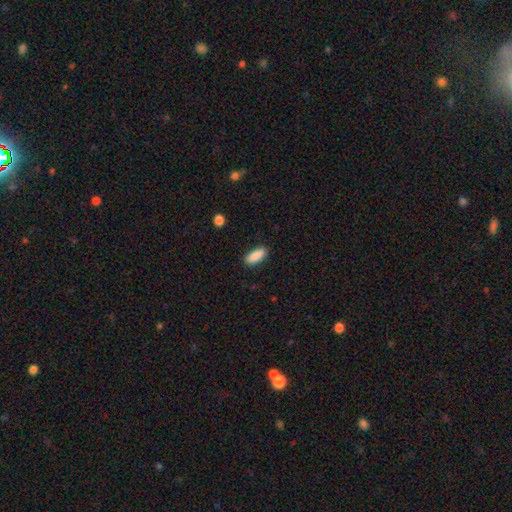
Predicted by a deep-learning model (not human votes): Q: Smooth or featured?
A: smooth (89%); runner-up: star or artifact (7%)
Q: How rounded?
A: in between (75%); runner-up: cigar-shaped (23%)
Q: Merging?
A: none (87%); runner-up: minor disturbance (9%)